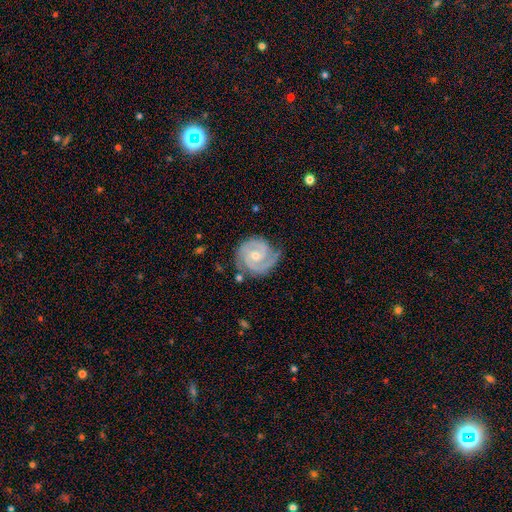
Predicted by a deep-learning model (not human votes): This is clearly a featured or disk galaxy (90%). It is clearly not viewed edge-on (98%). Bar: possibly no (54%). Spiral arm pattern: clearly yes (98%). Spiral arm count: likely 2 (72%). Spiral winding: likely tight (66%). Central bulge: possibly small (51%). Merging: likely none (74%).